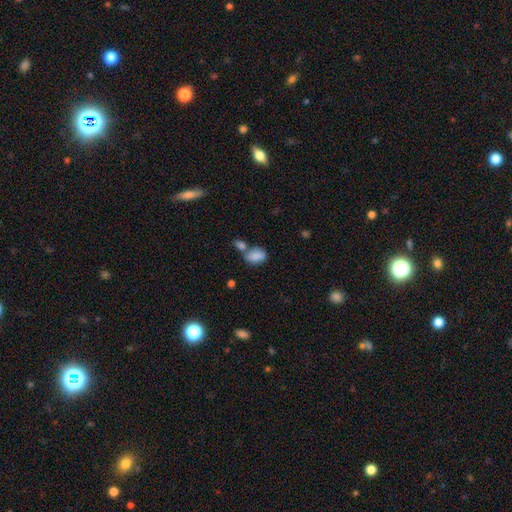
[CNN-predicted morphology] A smooth galaxy with no disk features (84%) that is in between round and cigar-shaped (84%).

Vote fractions:
- Smooth or featured? smooth: 84% / star or artifact: 9% / featured or disk: 8%
- How rounded? in between: 84% / round: 14% / cigar-shaped: 2%
- Merging? merger: 42% / none: 38% / minor disturbance: 14% / major disturbance: 6%